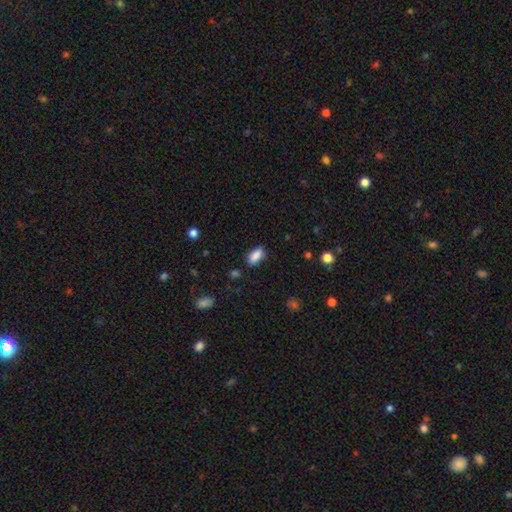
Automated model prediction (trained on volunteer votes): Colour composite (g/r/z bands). It shows a smooth galaxy with no disk features (88%) that is in between round and cigar-shaped (88%). Merging: none (83%).